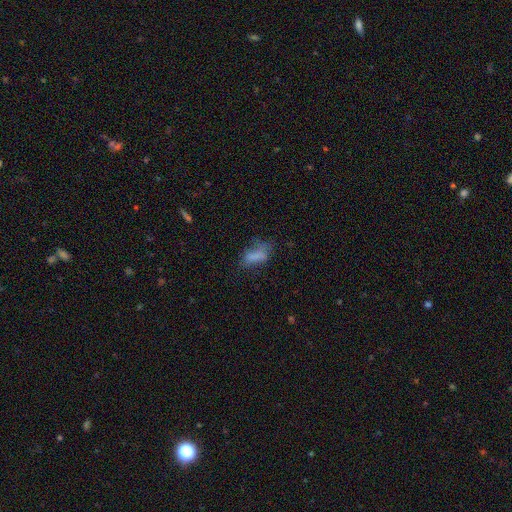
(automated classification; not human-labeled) Smooth or featured?
  - smooth: 65% *
  - featured or disk: 22%
  - star or artifact: 13%
How rounded?
  - in between: 77% *
  - cigar-shaped: 18%
  - round: 5%
Merging?
  - none: 38% *
  - major disturbance: 28%
  - minor disturbance: 27%
  - merger: 7%